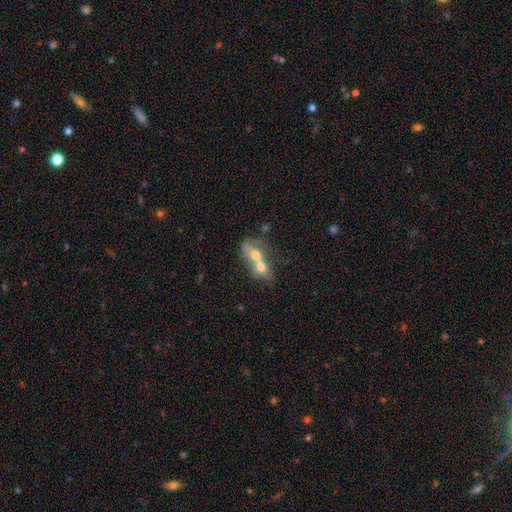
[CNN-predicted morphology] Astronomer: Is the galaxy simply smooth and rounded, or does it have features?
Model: smooth — 57% (runner-up: featured or disk, 34%).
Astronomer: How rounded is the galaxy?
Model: in between — 62%.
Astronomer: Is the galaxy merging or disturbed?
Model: merger — 79%.